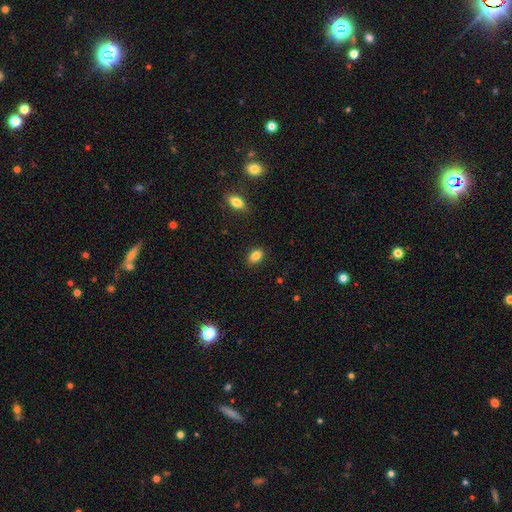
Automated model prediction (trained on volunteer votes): smooth-or-featured: smooth: 85% | star or artifact: 9% | featured or disk: 6%
  how-rounded: in between: 81% | round: 17% | cigar-shaped: 2%
  merging: none: 88% | minor disturbance: 9% | major disturbance: 2% | merger: 1%